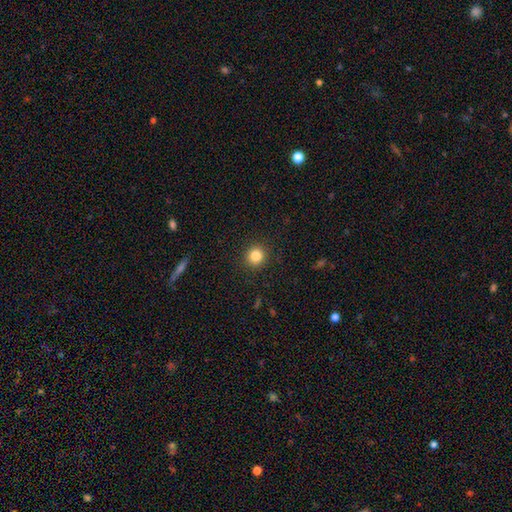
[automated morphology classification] smooth-or-featured: smooth: 85% | star or artifact: 11% | featured or disk: 5%
  how-rounded: round: 91% | in between: 8% | cigar-shaped: 1%
  merging: none: 91% | minor disturbance: 6% | major disturbance: 2% | merger: 1%